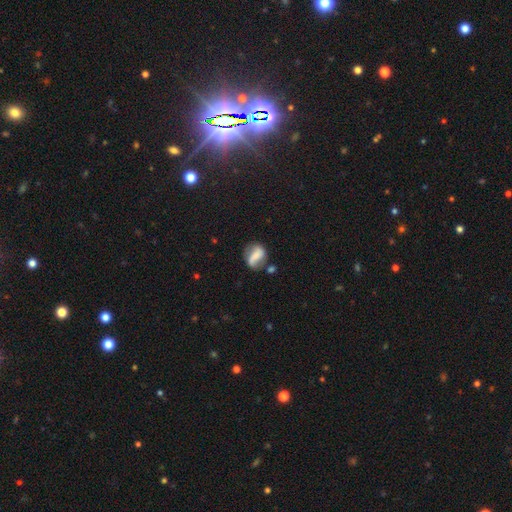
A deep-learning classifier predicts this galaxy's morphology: This is possibly a smooth galaxy (50%). How rounded: likely in between (64%). Merging: possibly none (47%).